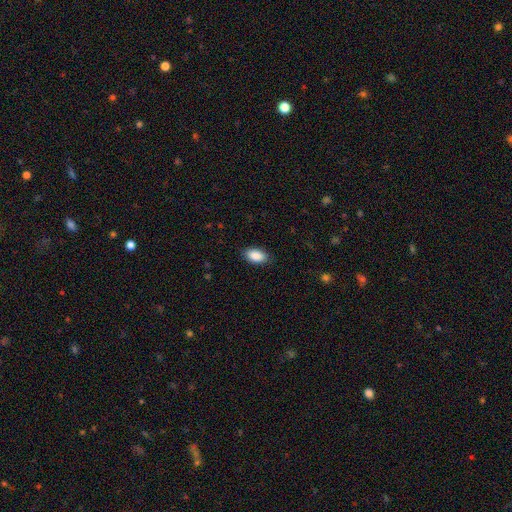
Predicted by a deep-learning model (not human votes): Morphology: type=smooth (90%); roundness=in between (93%); merging=none (87%).